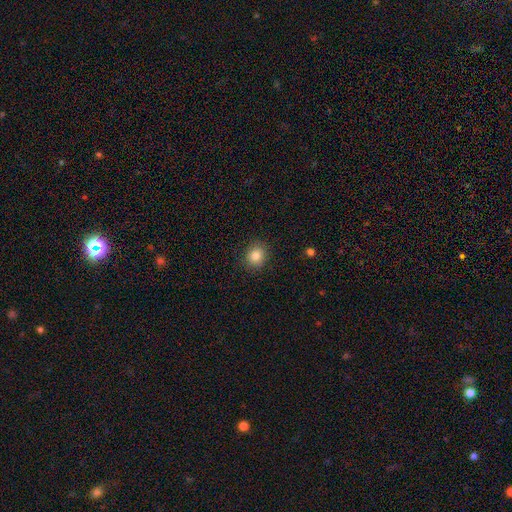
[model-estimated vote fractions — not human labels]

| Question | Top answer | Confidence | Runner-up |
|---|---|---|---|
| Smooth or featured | smooth | 84% | star or artifact (10%) |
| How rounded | round | 74% | in between (25%) |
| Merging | none | 89% | minor disturbance (8%) |